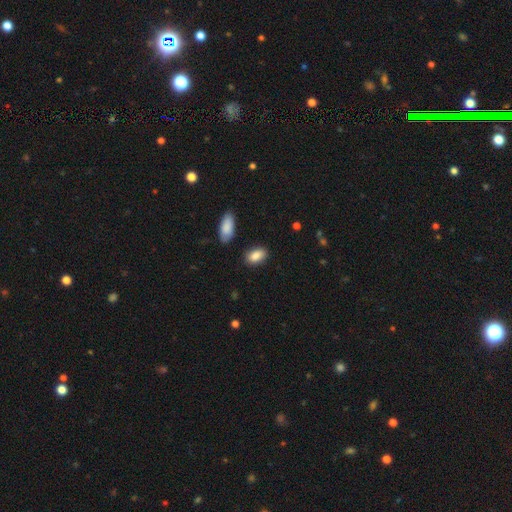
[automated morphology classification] type=smooth (86%); roundness=in between (91%); merging=none (85%).